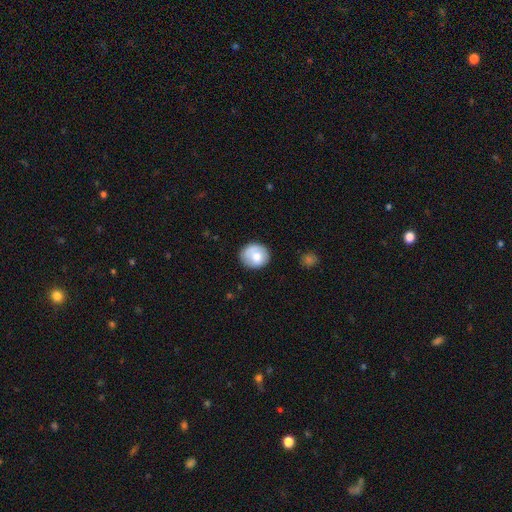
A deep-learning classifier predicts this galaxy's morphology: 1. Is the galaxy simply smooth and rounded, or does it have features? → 75% smooth, 18% featured or disk, 7% star or artifact.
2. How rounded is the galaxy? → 80% round, 19% in between, 1% cigar-shaped.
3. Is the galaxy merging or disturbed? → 77% none, 17% minor disturbance, 4% major disturbance, 2% merger.